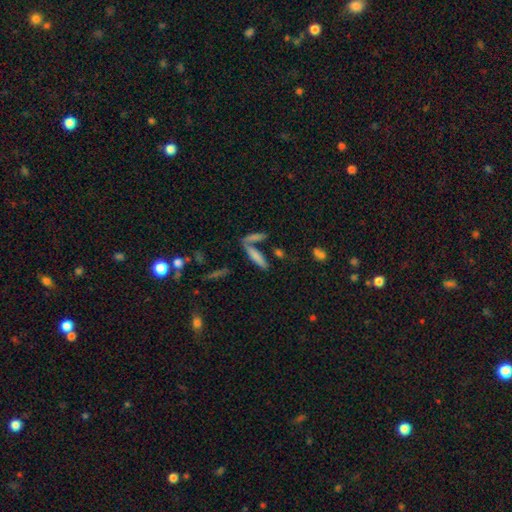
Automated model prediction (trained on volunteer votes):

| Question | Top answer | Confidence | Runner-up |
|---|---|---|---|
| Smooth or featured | smooth | 71% | featured or disk (19%) |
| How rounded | cigar-shaped | 70% | in between (27%) |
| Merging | none | 49% | merger (34%) |